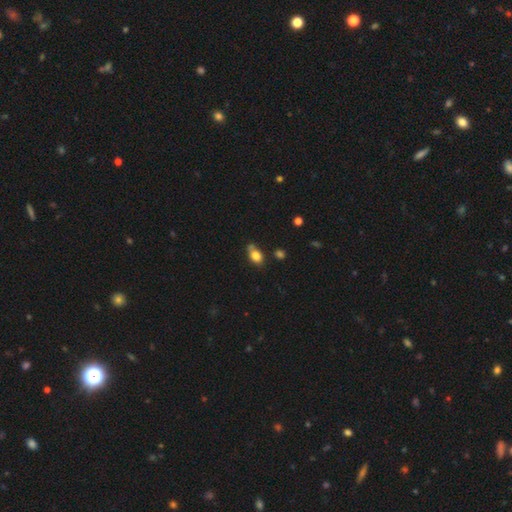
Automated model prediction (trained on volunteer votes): smooth-or-featured: smooth: 82% | star or artifact: 10% | featured or disk: 8%
  how-rounded: in between: 72% | round: 26% | cigar-shaped: 2%
  merging: none: 58% | minor disturbance: 23% | merger: 14% | major disturbance: 6%